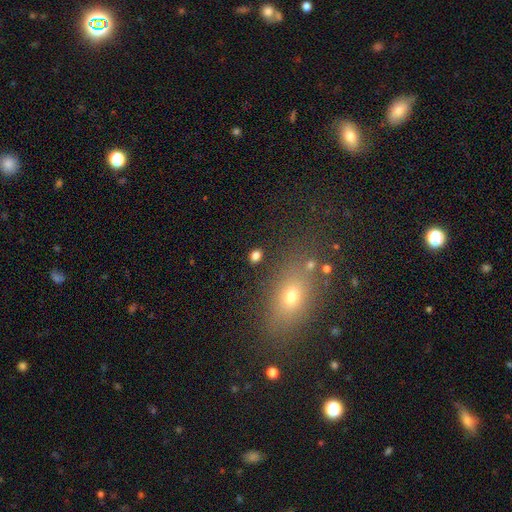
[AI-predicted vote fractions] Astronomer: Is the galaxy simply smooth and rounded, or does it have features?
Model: smooth — 80%.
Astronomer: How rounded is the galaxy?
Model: in between — 69%.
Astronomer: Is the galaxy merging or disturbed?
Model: none — 84%.